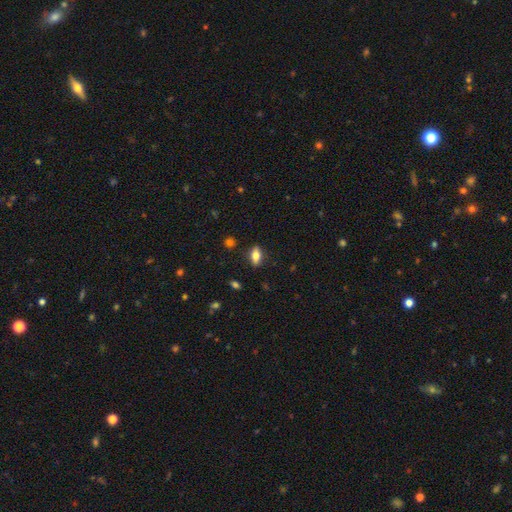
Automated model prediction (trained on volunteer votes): Smooth or featured? Predicted: smooth (p=0.68). How rounded? Predicted: in between (p=0.81). Merging? Predicted: none (p=0.85).